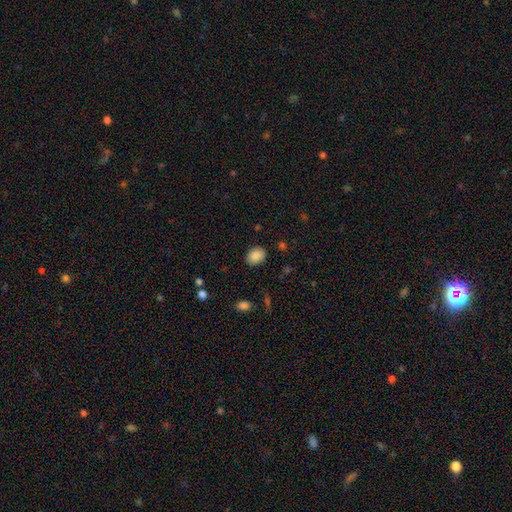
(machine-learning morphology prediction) smooth_or_featured: smooth (p=0.88) [alt: star or artifact p=0.08]
how_rounded: in between (p=0.62) [alt: round p=0.37]
merging: none (p=0.86) [alt: minor disturbance p=0.10]